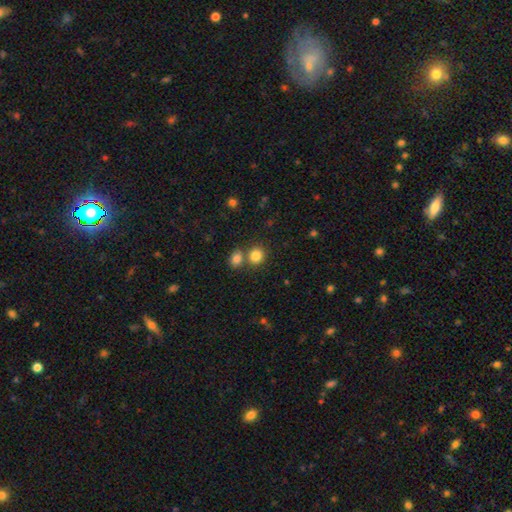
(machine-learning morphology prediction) The model was most divided on "merging": none: 61%, merger: 28%, minor disturbance: 8%, major disturbance: 3%. More confident: smooth or featured — smooth (84%); how rounded — round (77%).